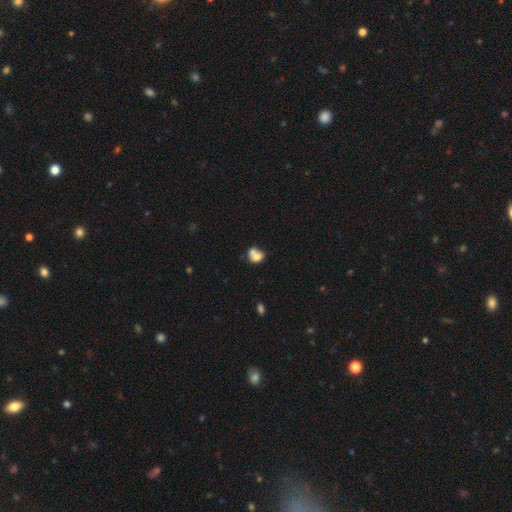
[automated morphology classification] Q: Smooth or featured?
A: smooth (71%); runner-up: featured or disk (20%)
Q: How rounded?
A: in between (53%); runner-up: round (46%)
Q: Merging?
A: merger (61%); runner-up: none (24%)